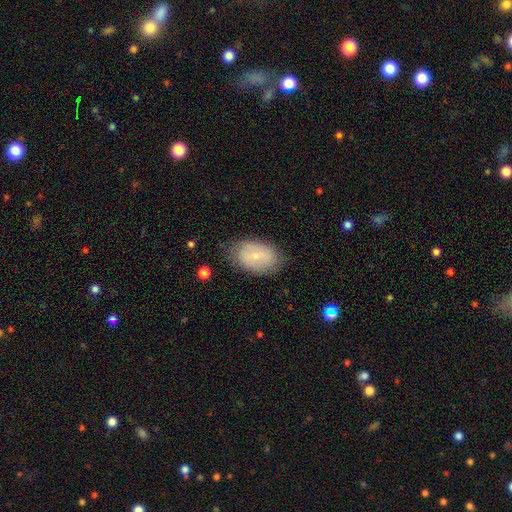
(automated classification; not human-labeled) smooth 57%, featured or disk 36%, star or artifact 8%. Down the decision tree: how rounded — in between (88%); merging — none (77%).